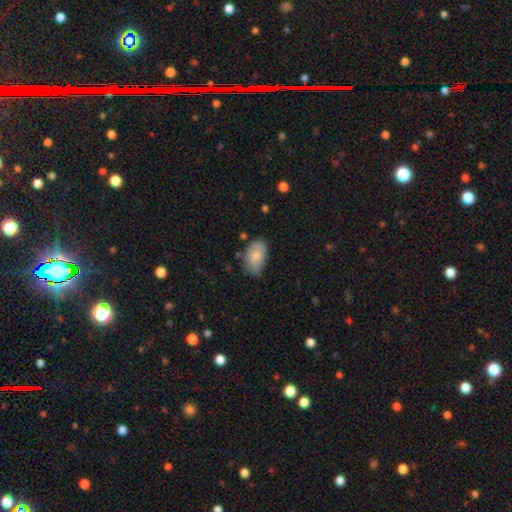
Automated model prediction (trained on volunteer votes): smooth_or_featured: smooth (p=0.82) [alt: featured or disk p=0.11]
how_rounded: in between (p=0.92) [alt: round p=0.07]
merging: none (p=0.64) [alt: minor disturbance p=0.28]